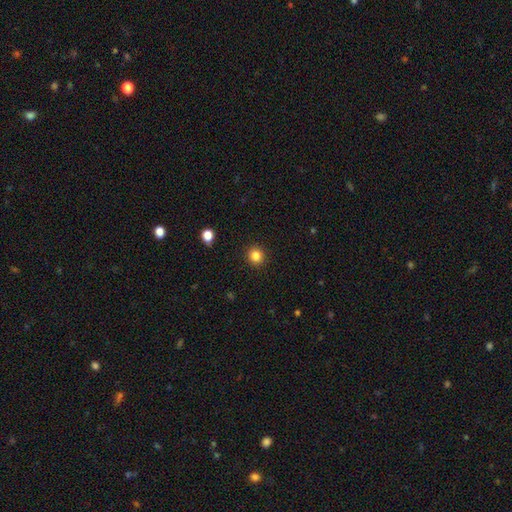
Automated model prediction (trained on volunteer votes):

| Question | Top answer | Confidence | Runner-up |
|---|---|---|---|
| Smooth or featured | smooth | 84% | star or artifact (11%) |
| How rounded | round | 91% | in between (8%) |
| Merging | none | 92% | minor disturbance (5%) |